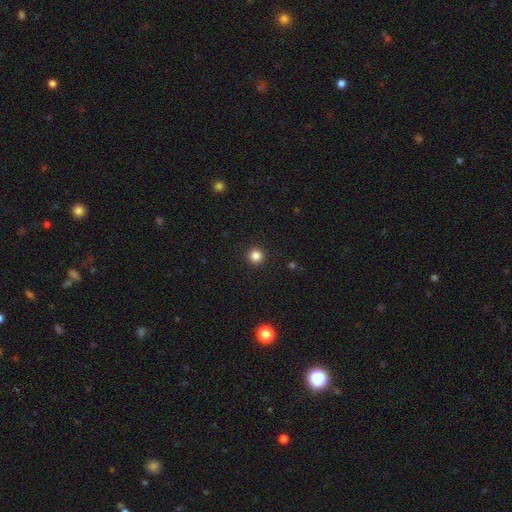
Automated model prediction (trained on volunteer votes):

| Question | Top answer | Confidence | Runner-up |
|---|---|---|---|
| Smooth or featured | smooth | 84% | star or artifact (12%) |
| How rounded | round | 96% | in between (3%) |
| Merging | none | 93% | minor disturbance (4%) |